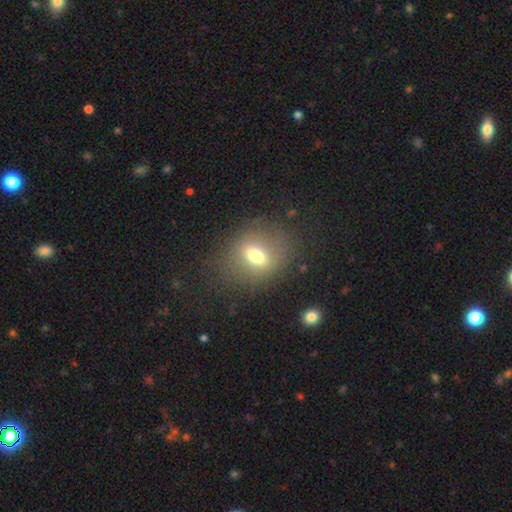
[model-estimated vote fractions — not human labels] A smooth galaxy with no disk features (62%) that is round (55%). Merging: none (75%).